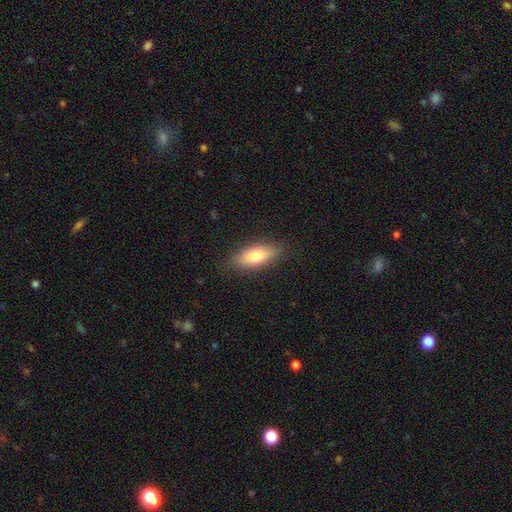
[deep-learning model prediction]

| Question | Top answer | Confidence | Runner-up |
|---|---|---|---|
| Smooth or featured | smooth | 73% | featured or disk (21%) |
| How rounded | in between | 71% | cigar-shaped (26%) |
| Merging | none | 85% | minor disturbance (11%) |